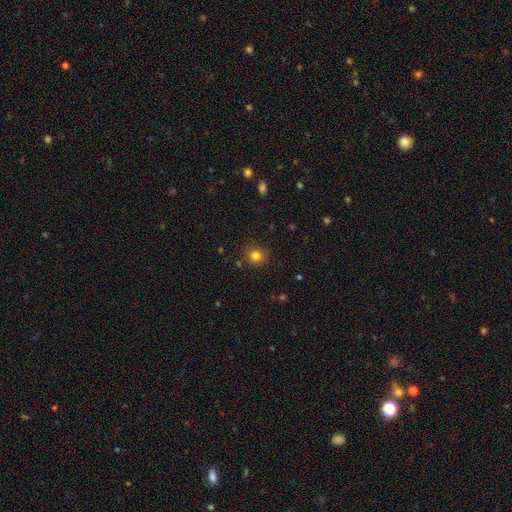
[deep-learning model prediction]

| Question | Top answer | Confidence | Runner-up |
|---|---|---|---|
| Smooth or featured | smooth | 81% | star or artifact (13%) |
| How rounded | round | 90% | in between (9%) |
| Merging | none | 84% | minor disturbance (10%) |